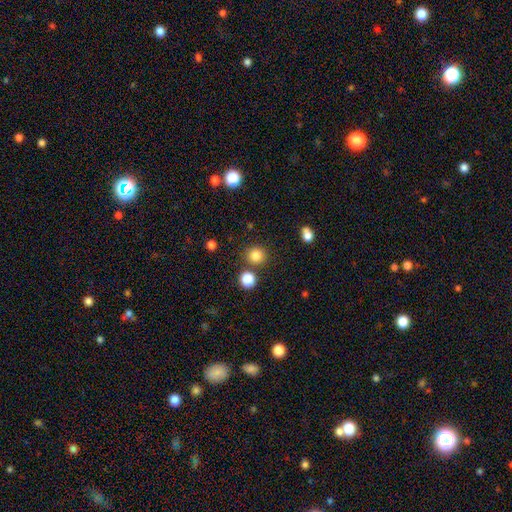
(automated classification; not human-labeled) This appears to be a smooth galaxy with no disk features (83%) that is round (91%). Merging: none (84%).